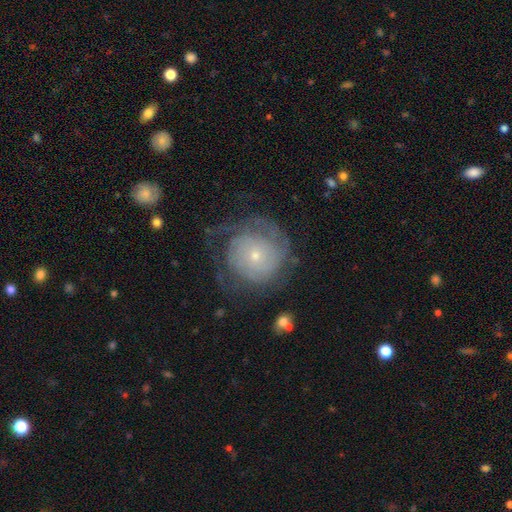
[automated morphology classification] The model was most divided on "spiral arm count": can't tell: 42%, 2: 24%, 3: 14%, 4: 8%, 1: 7%, more than 4: 5%. More confident: edge-on disk — no (98%); spiral arms — yes (90%); bar — no (82%); bulge size — small (77%); smooth or featured — featured or disk (75%); spiral winding — tight (69%); merging — none (62%).